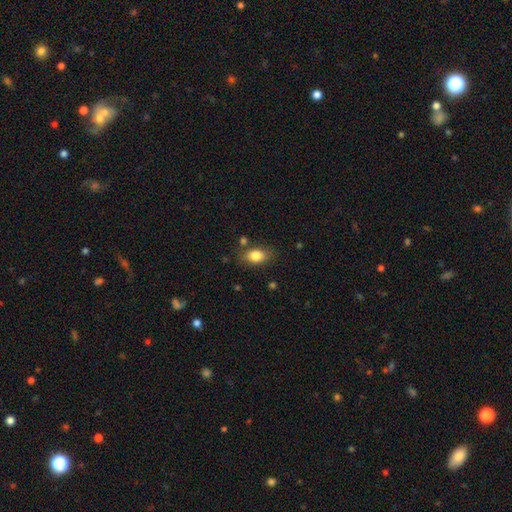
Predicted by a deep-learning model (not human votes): Overall: smooth (83%). How rounded: in between (83%). Merging: none (78%).